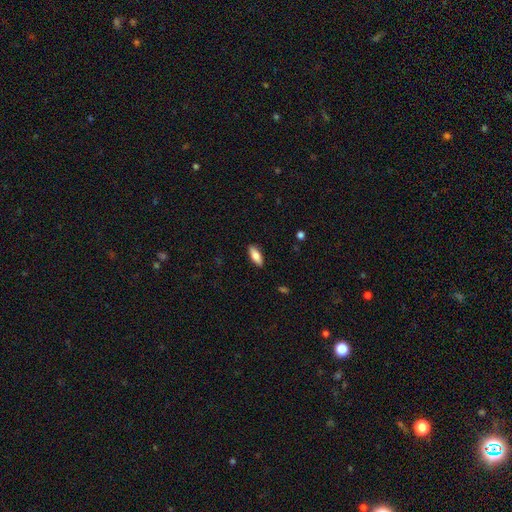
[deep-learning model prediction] Morphology: type=smooth (80%); roundness=in between (72%); merging=none (89%).